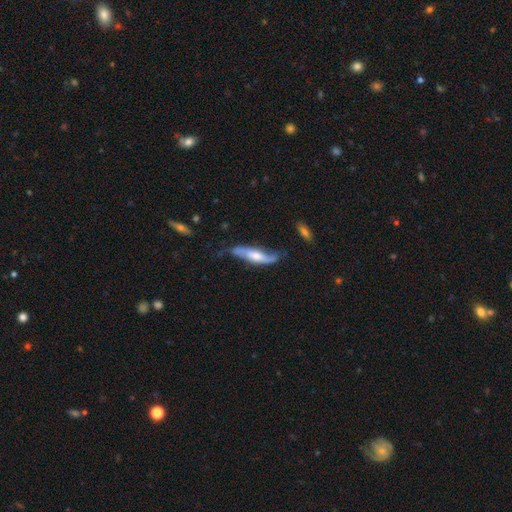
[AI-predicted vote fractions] Q: Smooth or featured?
A: featured or disk (63%); runner-up: smooth (32%)
Q: Edge-on disk?
A: no (63%); runner-up: yes (37%)
Q: Merging?
A: none (48%); runner-up: minor disturbance (33%)